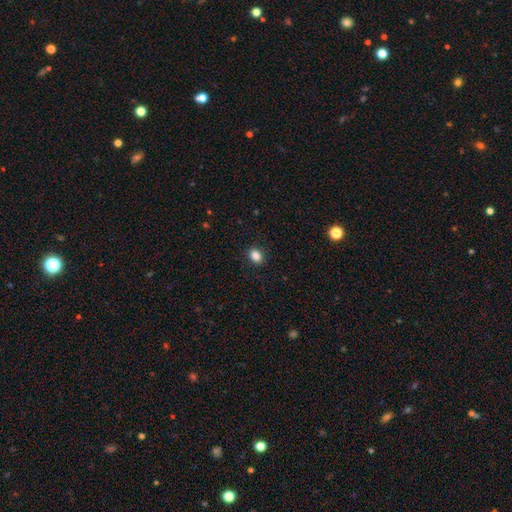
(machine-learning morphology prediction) smooth-or-featured: smooth: 87% | star or artifact: 10% | featured or disk: 3%
  how-rounded: in between: 62% | round: 37% | cigar-shaped: 1%
  merging: none: 89% | minor disturbance: 8% | major disturbance: 2% | merger: 1%